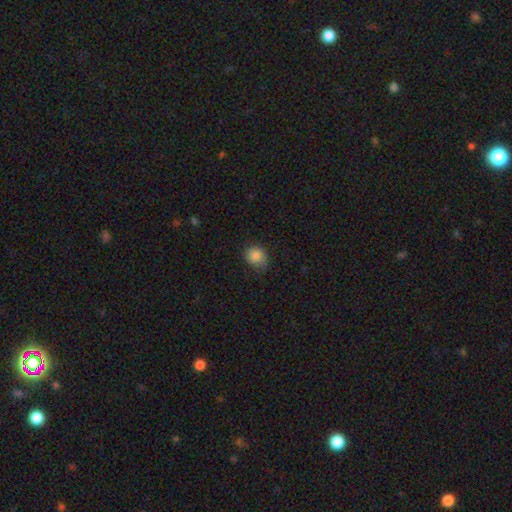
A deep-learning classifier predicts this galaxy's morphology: smooth_or_featured: smooth (p=0.83) [alt: star or artifact p=0.09]
how_rounded: round (p=0.71) [alt: in between p=0.28]
merging: none (p=0.71) [alt: minor disturbance p=0.23]